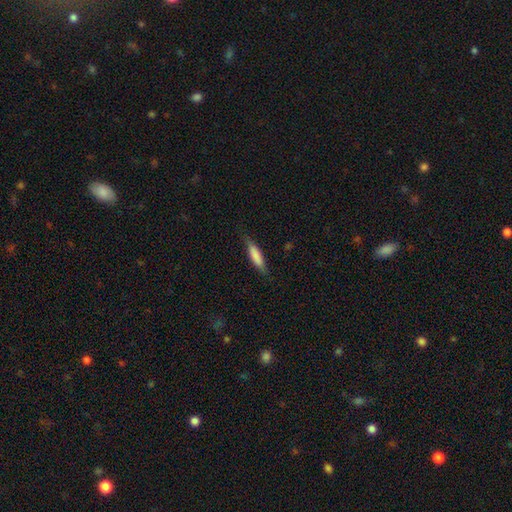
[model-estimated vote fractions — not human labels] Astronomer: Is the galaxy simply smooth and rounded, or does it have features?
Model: smooth — 76%.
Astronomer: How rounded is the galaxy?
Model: cigar-shaped — 70%.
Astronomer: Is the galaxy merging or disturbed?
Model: none — 75%.